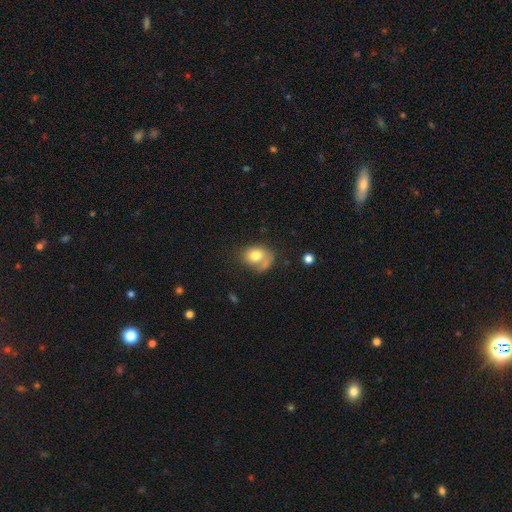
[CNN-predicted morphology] type=smooth (73%); roundness=in between (50%); merging=none (43%).